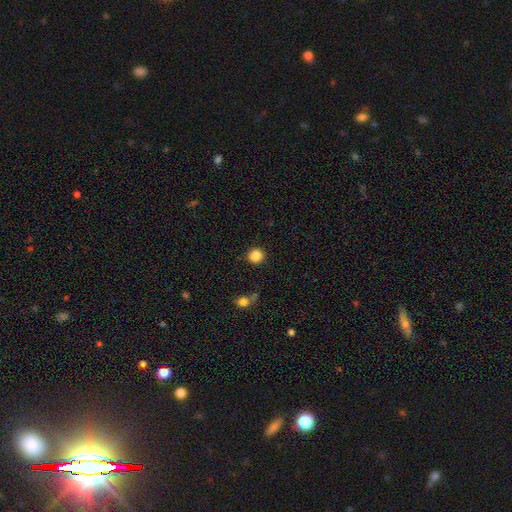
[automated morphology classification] smooth 86%, star or artifact 11%, featured or disk 3%. Down the decision tree: how rounded — round (89%); merging — none (87%).